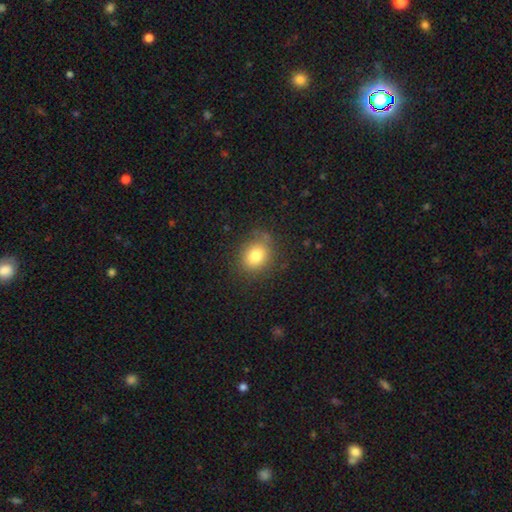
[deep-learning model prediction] A smooth galaxy with no disk features (79%) that is round (56%). Merging: none (76%).